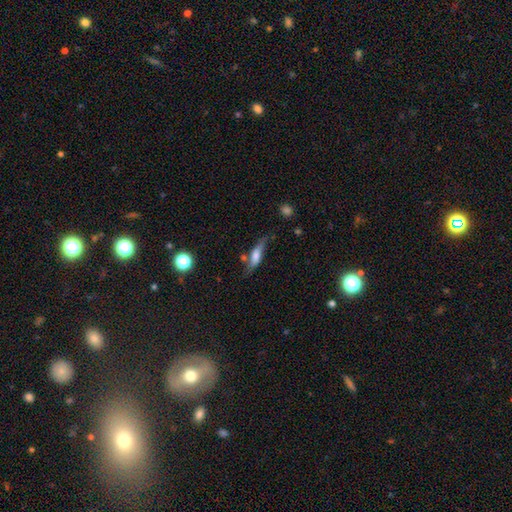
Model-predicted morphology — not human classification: smooth_or_featured: smooth (p=0.51) [alt: featured or disk p=0.41]
how_rounded: cigar-shaped (p=0.51) [alt: in between p=0.45]
merging: none (p=0.54) [alt: minor disturbance p=0.26]